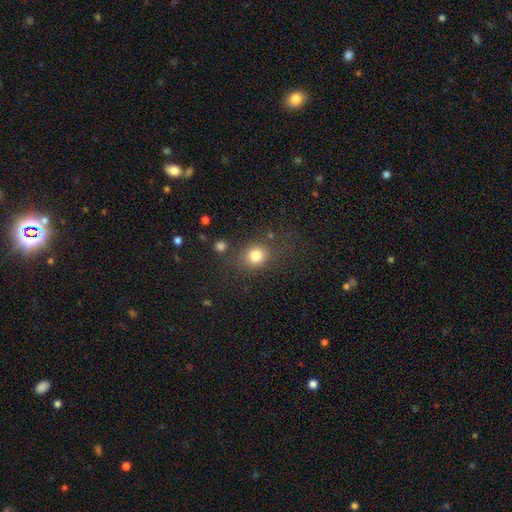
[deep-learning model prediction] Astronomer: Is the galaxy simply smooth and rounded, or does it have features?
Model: smooth — 81%.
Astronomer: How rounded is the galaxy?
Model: round — 74%.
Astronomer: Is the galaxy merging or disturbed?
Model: none — 72%.